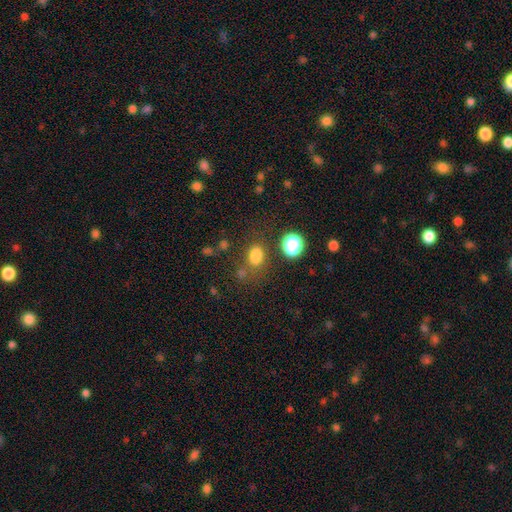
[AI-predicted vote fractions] Smooth or featured? Predicted: smooth (p=0.78). How rounded? Predicted: in between (p=0.66). Merging? Predicted: none (p=0.68).